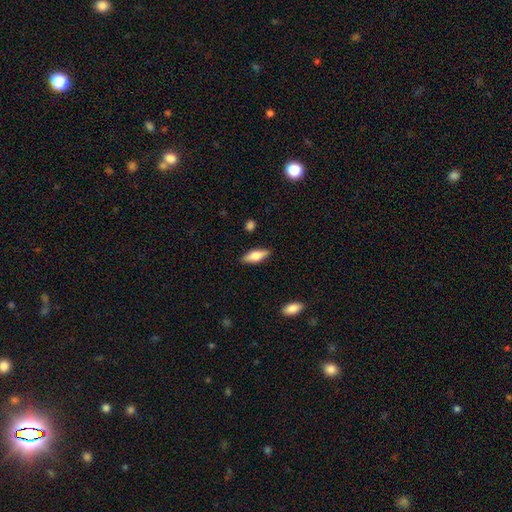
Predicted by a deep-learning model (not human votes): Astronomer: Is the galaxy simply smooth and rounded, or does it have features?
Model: smooth — 63%.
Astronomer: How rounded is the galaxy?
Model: in between — 65%.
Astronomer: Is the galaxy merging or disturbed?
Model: none — 87%.